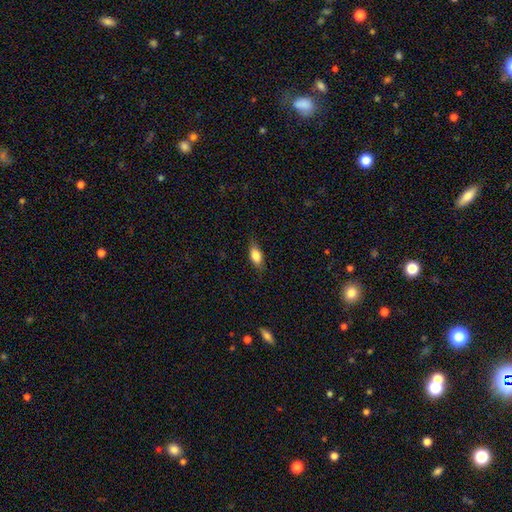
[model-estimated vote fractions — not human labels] Overall: smooth (82%). How rounded: in between (83%). Merging: none (81%).